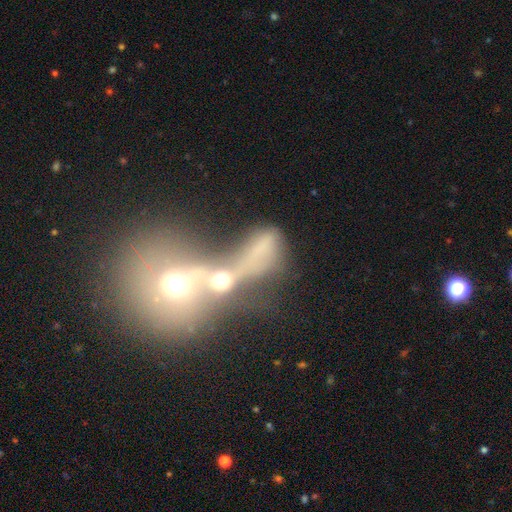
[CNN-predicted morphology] A smooth galaxy with no disk features (43%). Merging: merger (75%).